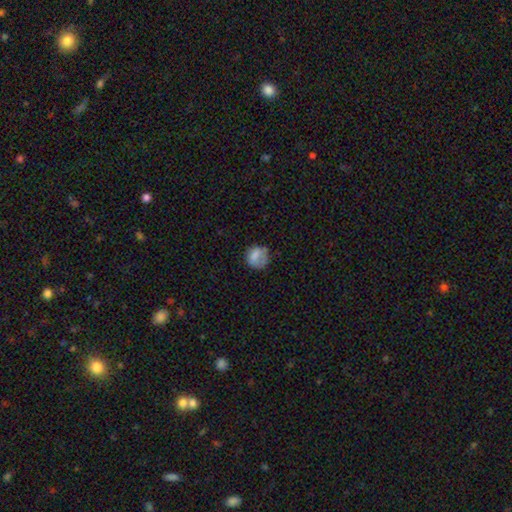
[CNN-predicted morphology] This appears to be a smooth galaxy with no disk features (75%) that is round (78%). Merging: none (56%).